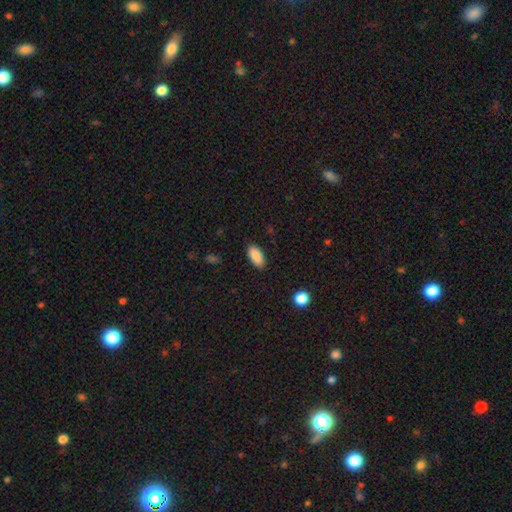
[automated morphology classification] Smooth or featured? smooth (88%)
How rounded? in between (91%)
Merging? none (87%)